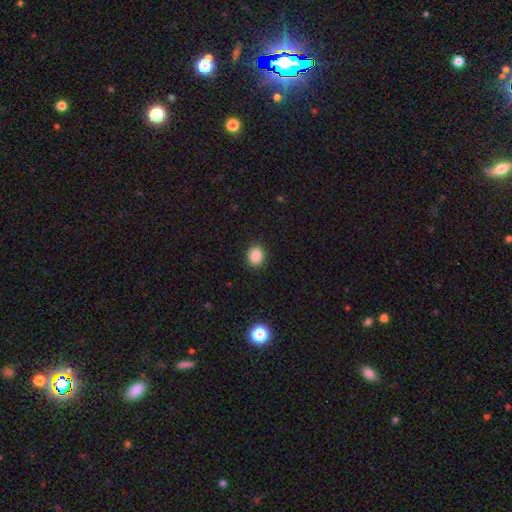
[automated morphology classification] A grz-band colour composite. It shows a smooth galaxy with no disk features (87%) that is round (61%). Merging: none (90%).